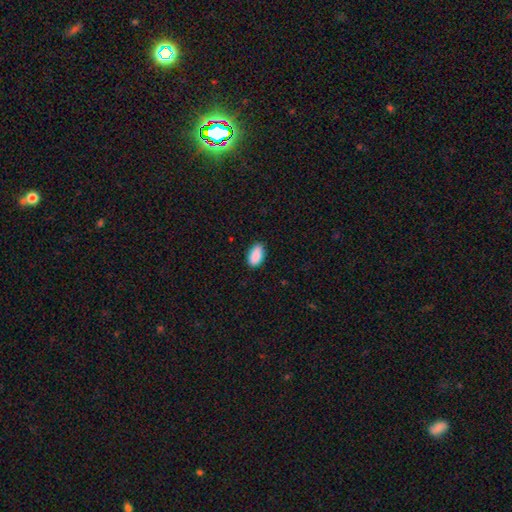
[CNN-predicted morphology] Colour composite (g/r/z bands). It shows a smooth galaxy with no disk features (90%) that is in between round and cigar-shaped (94%). Merging: none (83%).